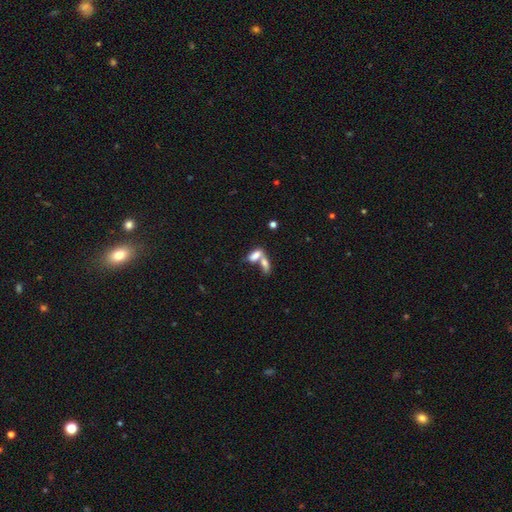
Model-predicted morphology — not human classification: This appears to be a smooth galaxy with no disk features (76%) that is in between round and cigar-shaped (82%). Merging: merger (66%).